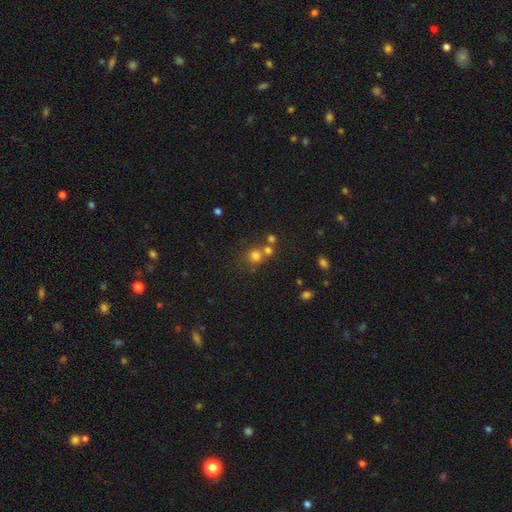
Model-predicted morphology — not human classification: type=smooth (72%); roundness=round (87%); merging=none (57%).